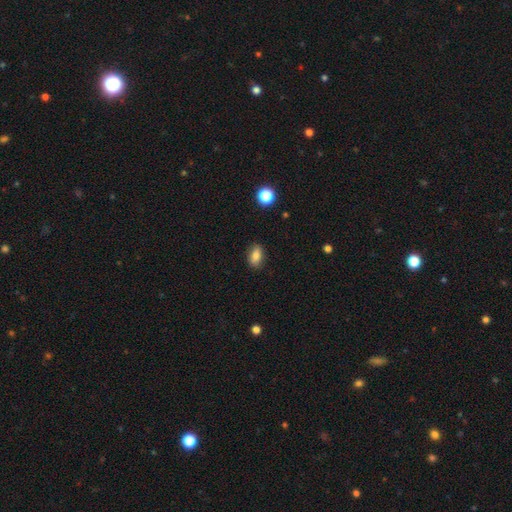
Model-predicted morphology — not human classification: Overall: smooth (82%). How rounded: in between (86%). Merging: none (85%).